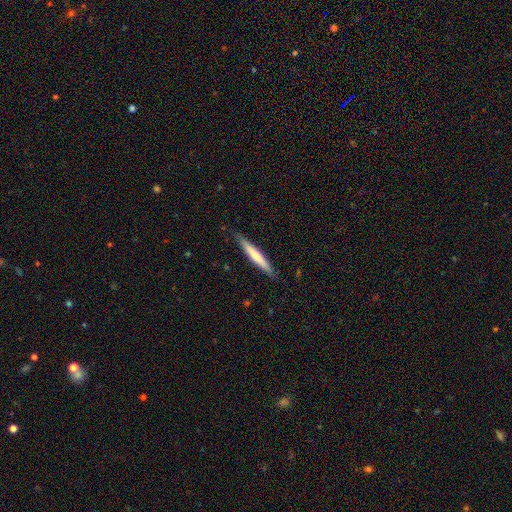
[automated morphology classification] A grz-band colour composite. It shows a smooth galaxy with no disk features (63%) that is cigar-shaped (95%). Merging: none (85%).